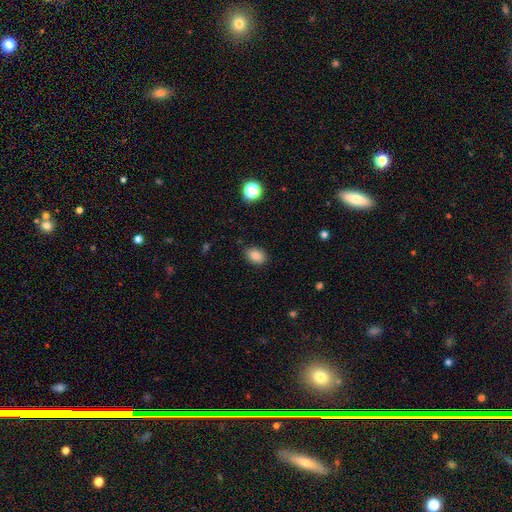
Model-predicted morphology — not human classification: The model was most divided on "how rounded": in between: 78%, round: 21%, cigar-shaped: 1%. More confident: smooth or featured — smooth (86%); merging — none (85%).